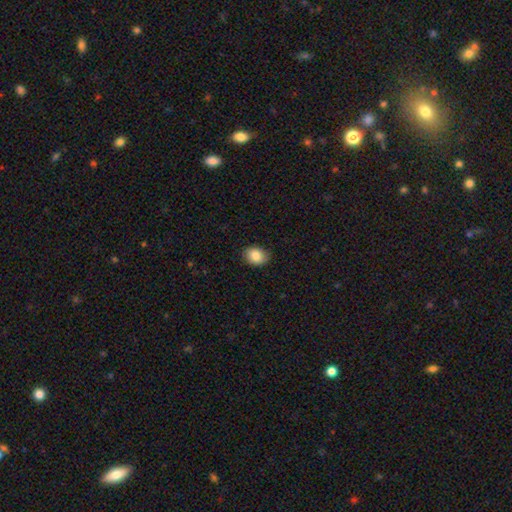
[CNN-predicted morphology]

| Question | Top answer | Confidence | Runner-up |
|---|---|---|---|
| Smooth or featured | smooth | 86% | star or artifact (8%) |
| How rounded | in between | 62% | round (37%) |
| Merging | none | 84% | minor disturbance (12%) |